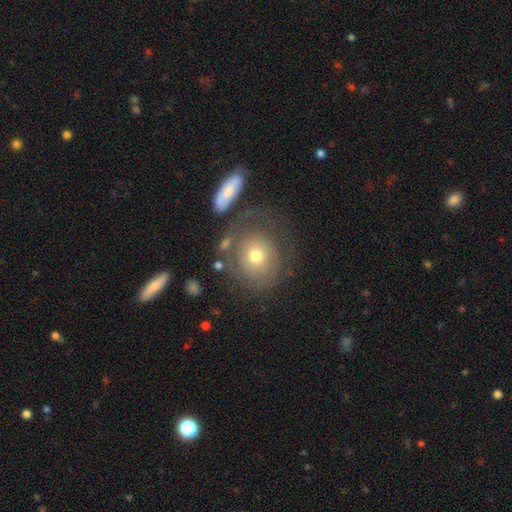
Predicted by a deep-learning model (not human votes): This appears to be a smooth galaxy with no disk features (54%) that is round (81%). Merging: none (57%).